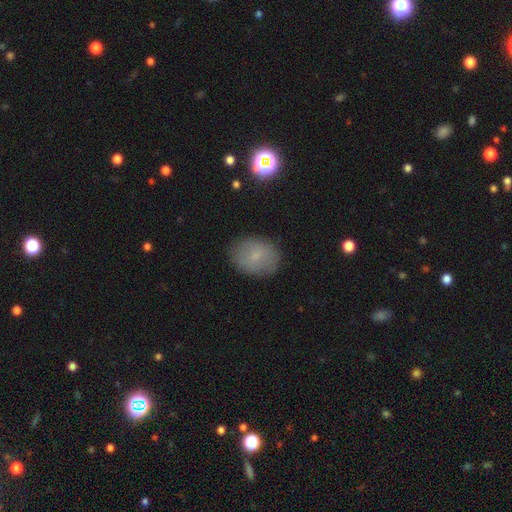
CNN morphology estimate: Smooth or featured?
  - smooth: 70% *
  - featured or disk: 18%
  - star or artifact: 12%
How rounded?
  - in between: 59% *
  - round: 40%
  - cigar-shaped: 1%
Merging?
  - none: 83% *
  - minor disturbance: 12%
  - major disturbance: 4%
  - merger: 1%